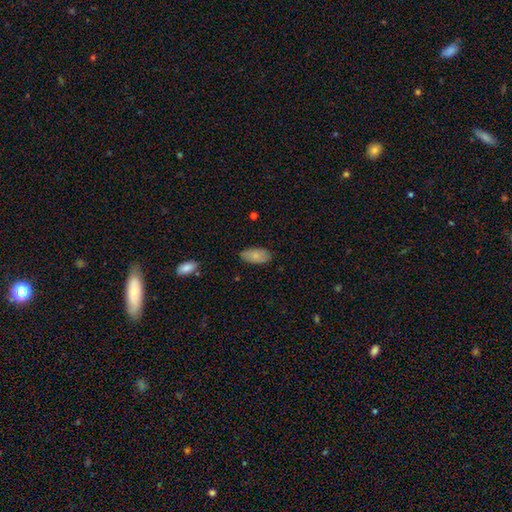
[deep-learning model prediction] smooth 80%, featured or disk 13%, star or artifact 7%. Down the decision tree: how rounded — in between (94%); merging — none (80%).